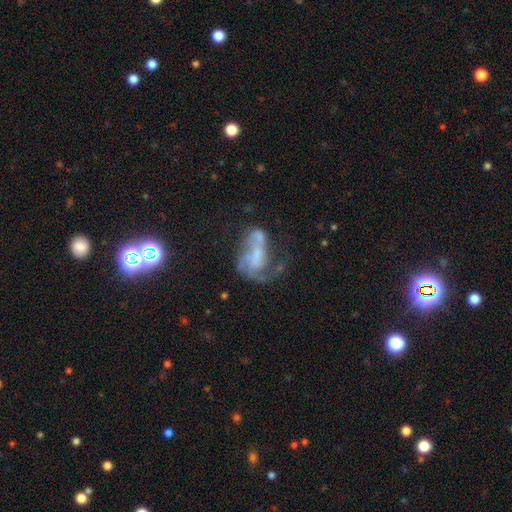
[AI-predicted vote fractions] featured or disk 67%, smooth 22%, star or artifact 11%. Down the decision tree: edge-on disk — no (97%); bar — no (58%); spiral arms — yes (65%); bulge size — none (41%); merging — major disturbance (41%).